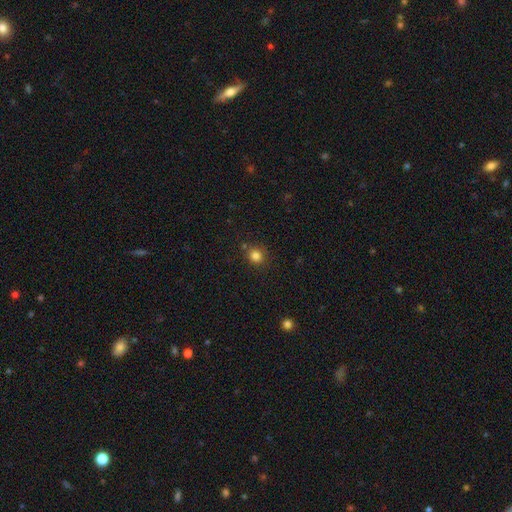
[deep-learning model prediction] A smooth galaxy with no disk features (82%) that is round (84%). Merging: none (82%).